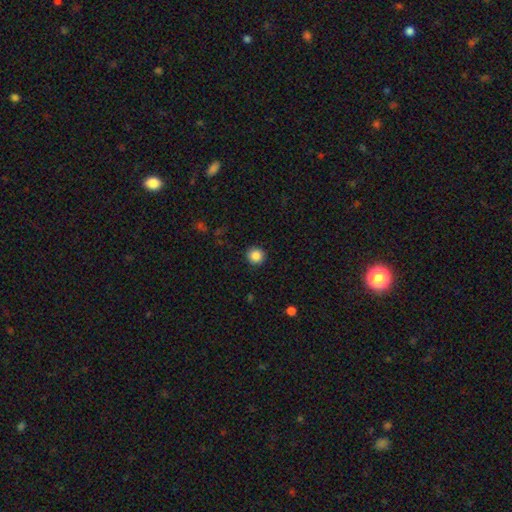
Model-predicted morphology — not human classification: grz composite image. It shows a smooth galaxy with no disk features (87%) that is round (94%). Merging: none (92%).